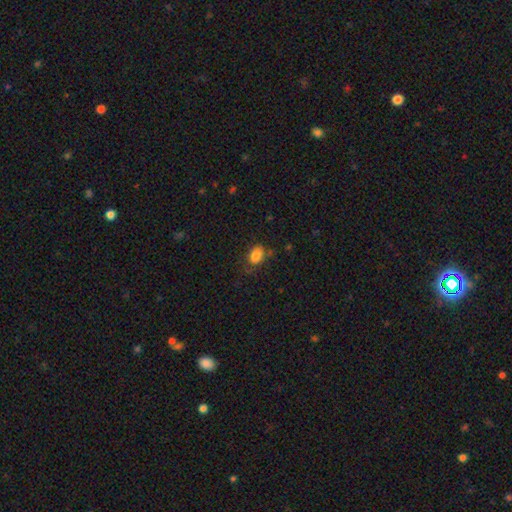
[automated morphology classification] Overall: smooth (83%). How rounded: in between (73%). Merging: none (64%).